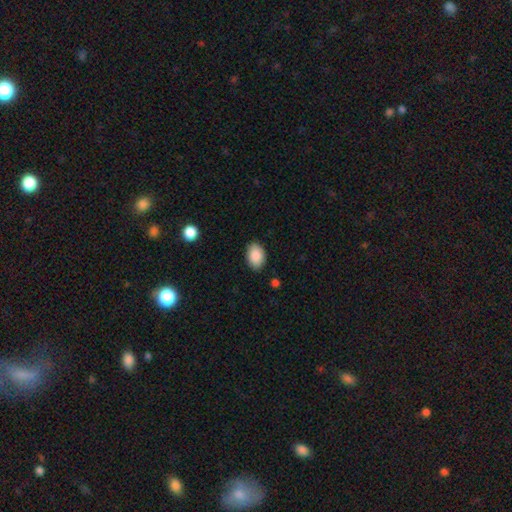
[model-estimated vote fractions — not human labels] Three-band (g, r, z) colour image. It shows a smooth galaxy with no disk features (89%) that is in between round and cigar-shaped (86%). Merging: none (86%).